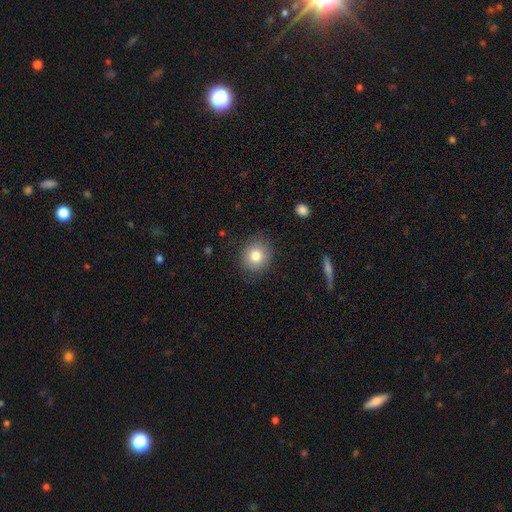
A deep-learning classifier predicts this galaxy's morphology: Smooth or featured? smooth (80%)
How rounded? round (83%)
Merging? none (85%)